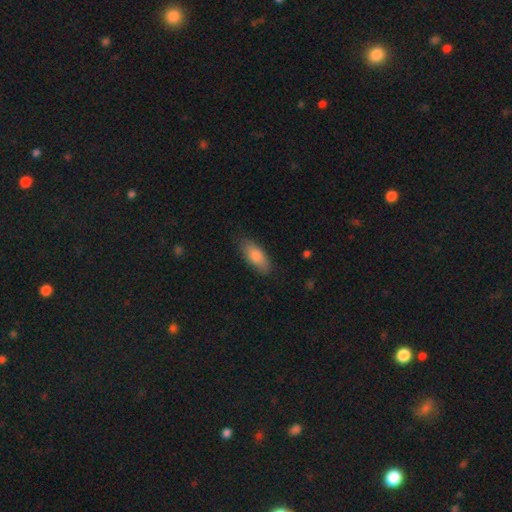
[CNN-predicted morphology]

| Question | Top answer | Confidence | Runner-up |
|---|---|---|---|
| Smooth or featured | smooth | 82% | featured or disk (12%) |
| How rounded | in between | 83% | cigar-shaped (15%) |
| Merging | none | 82% | minor disturbance (15%) |